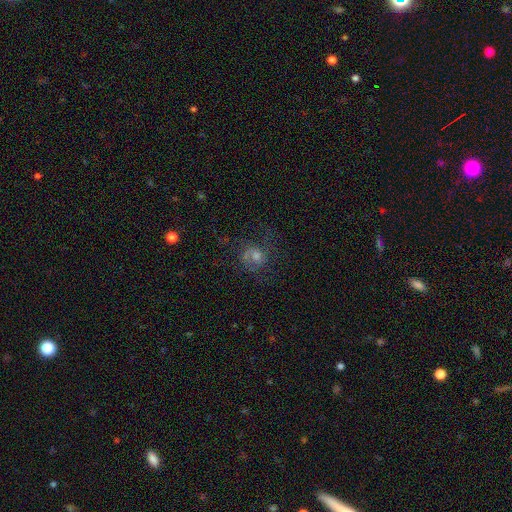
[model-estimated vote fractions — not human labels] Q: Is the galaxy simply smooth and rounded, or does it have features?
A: featured or disk — 55%.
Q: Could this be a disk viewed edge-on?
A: no — 97%.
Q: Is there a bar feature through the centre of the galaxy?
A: no — 68%.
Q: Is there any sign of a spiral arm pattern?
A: yes — 81%.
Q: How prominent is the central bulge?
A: moderate — 54%.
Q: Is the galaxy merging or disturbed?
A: none — 57%.